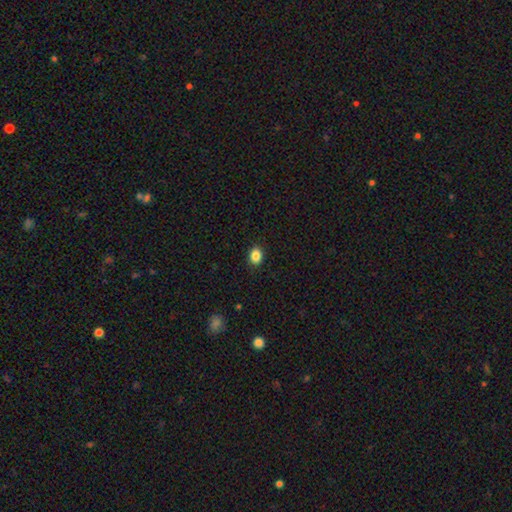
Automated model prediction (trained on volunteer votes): Smooth or featured: smooth — 86% (star or artifact — 10%)
How rounded: in between — 53% (round — 46%)
Merging: none — 90% (minor disturbance — 7%)